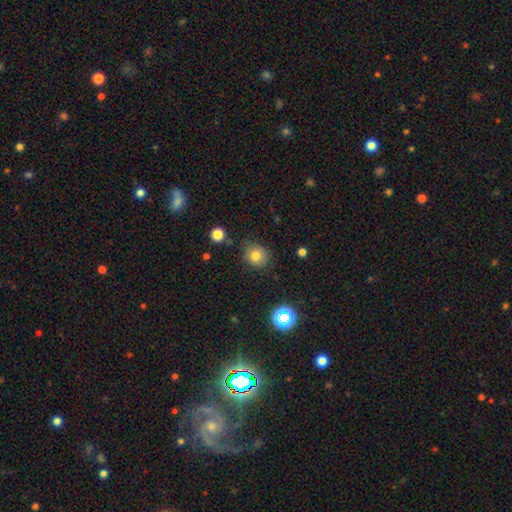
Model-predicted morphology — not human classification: smooth_or_featured: smooth (p=0.79) [alt: star or artifact p=0.13]
how_rounded: round (p=0.80) [alt: in between p=0.19]
merging: none (p=0.80) [alt: minor disturbance p=0.14]